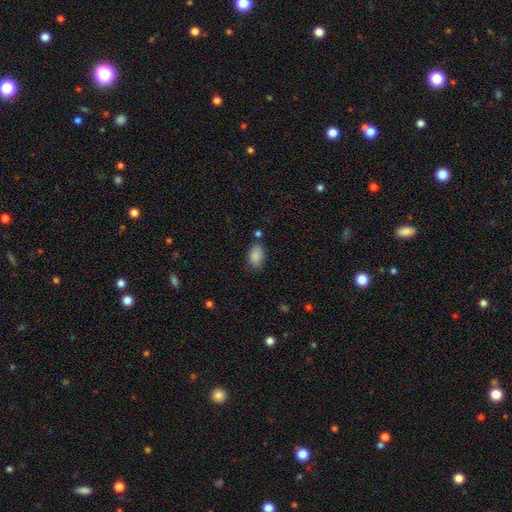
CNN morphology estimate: This is clearly a smooth galaxy (87%). How rounded: clearly in between (88%). Merging: likely none (74%).